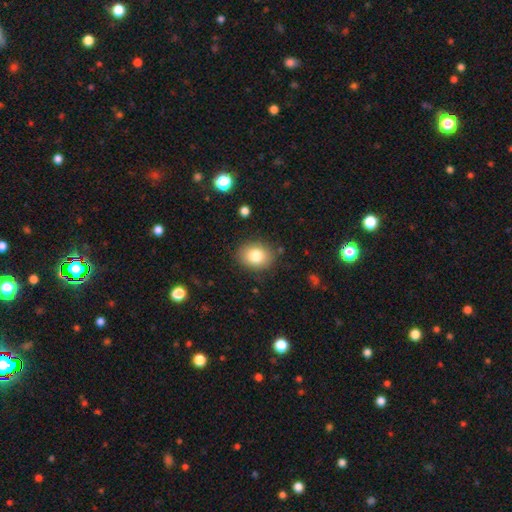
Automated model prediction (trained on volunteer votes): Smooth or featured? Predicted: smooth (p=0.81). How rounded? Predicted: in between (p=0.52). Merging? Predicted: none (p=0.85).